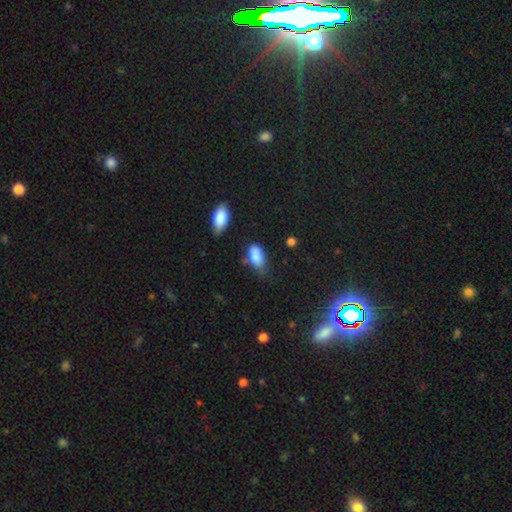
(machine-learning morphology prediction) This appears to be a smooth galaxy with no disk features (84%) that is in between round and cigar-shaped (91%). Merging: none (41%).